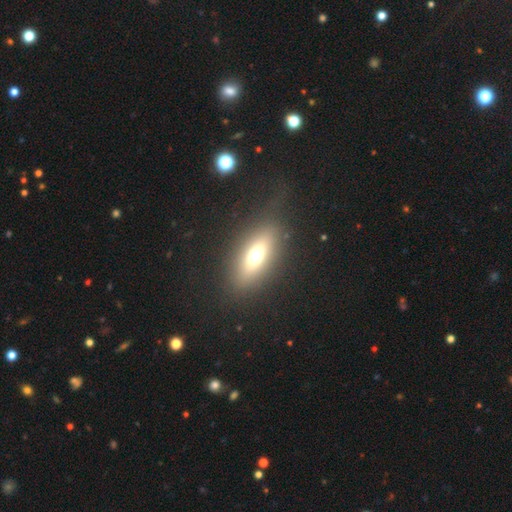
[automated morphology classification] smooth 59%, featured or disk 27%, star or artifact 14%. Down the decision tree: how rounded — in between (73%); merging — none (83%).